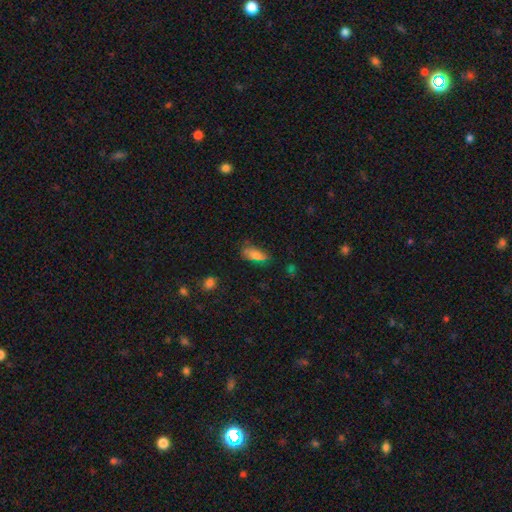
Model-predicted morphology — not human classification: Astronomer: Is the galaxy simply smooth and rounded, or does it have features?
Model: smooth — 78%.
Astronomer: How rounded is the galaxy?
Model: in between — 80%.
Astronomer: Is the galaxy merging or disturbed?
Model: none — 59%.